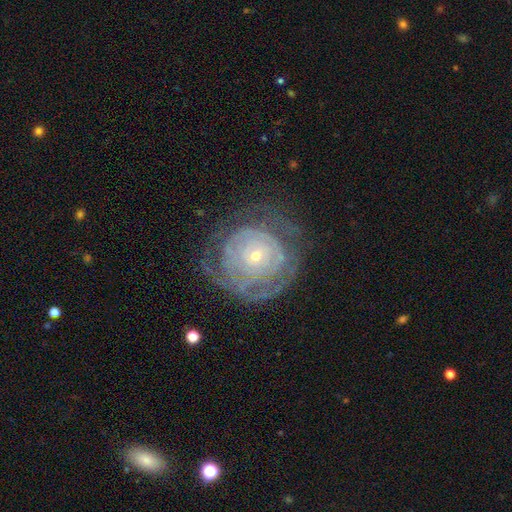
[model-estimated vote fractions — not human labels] Smooth or featured? Predicted: featured or disk (p=0.77). Edge-on disk? Predicted: no (p=0.97). Bar? Predicted: no (p=0.83). Spiral arms? Predicted: yes (p=0.80). Spiral winding? Predicted: tight (p=0.81). Spiral arm count? Predicted: can't tell (p=0.54). Bulge size? Predicted: small (p=0.74). Merging? Predicted: none (p=0.65).